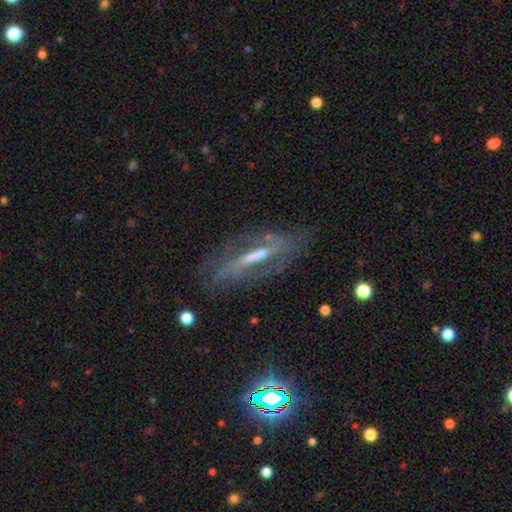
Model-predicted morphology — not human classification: Overall: featured or disk (75%). Edge-on disk: no (62%; yes 38%). Merging: none (65%).